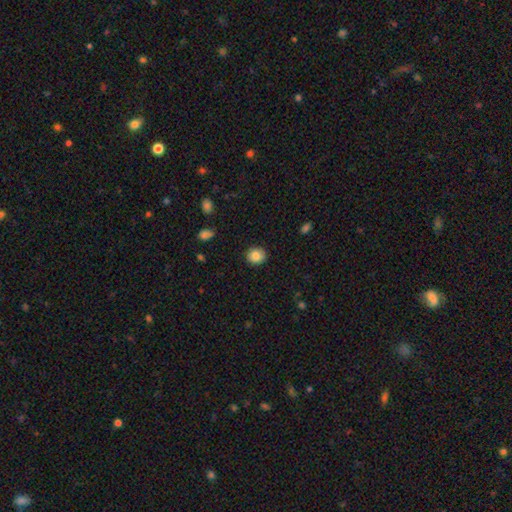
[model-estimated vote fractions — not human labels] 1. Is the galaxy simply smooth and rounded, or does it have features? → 85% smooth, 9% star or artifact, 6% featured or disk.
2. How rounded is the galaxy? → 77% round, 22% in between, 1% cigar-shaped.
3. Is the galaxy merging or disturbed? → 89% none, 7% minor disturbance, 2% major disturbance, 1% merger.